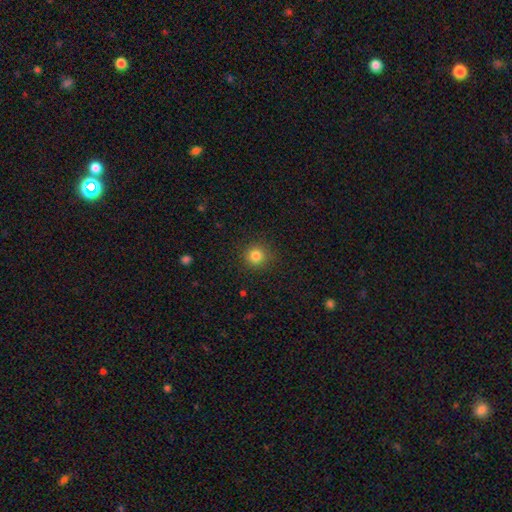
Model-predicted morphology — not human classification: type=smooth (82%); roundness=round (93%); merging=none (89%).